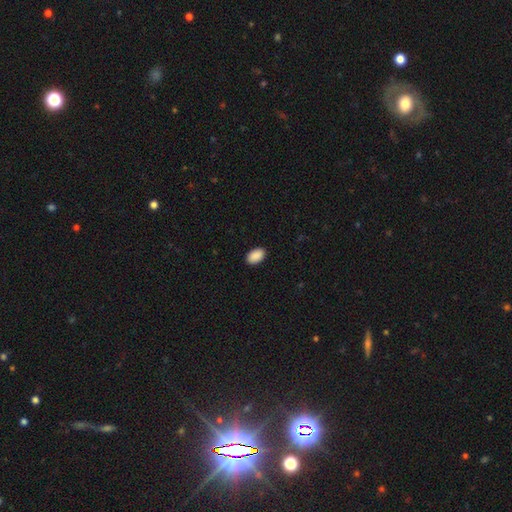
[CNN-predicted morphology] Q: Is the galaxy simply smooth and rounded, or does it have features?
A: smooth — 91%.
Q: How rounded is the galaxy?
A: in between — 91%.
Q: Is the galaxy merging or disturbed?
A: none — 90%.